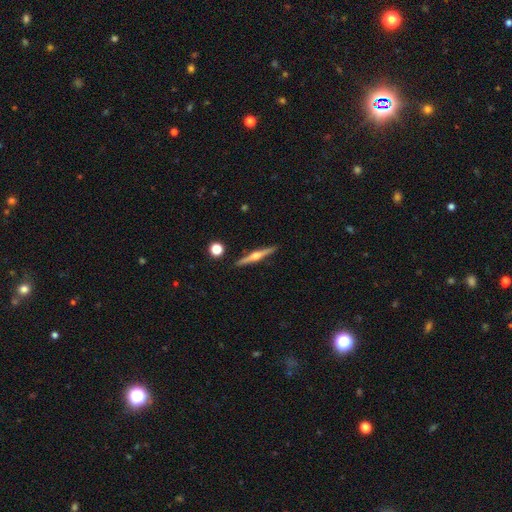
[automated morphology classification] A featured or disk galaxy (74%) viewed edge-on (98%) with a rounded central bulge (94%). Merging: none (91%).